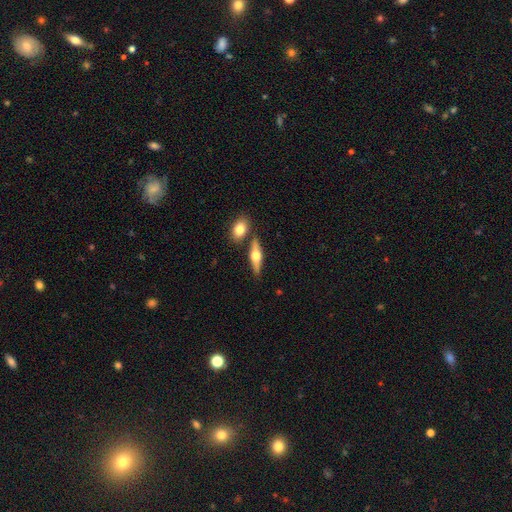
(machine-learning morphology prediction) Smooth or featured?
  - featured or disk: 61% *
  - smooth: 34%
  - star or artifact: 6%
Edge-on disk?
  - yes: 94% *
  - no: 6%
Edge-on bulge?
  - rounded: 95% *
  - boxy: 4%
  - none: 2%
Merging?
  - none: 76% *
  - merger: 12%
  - minor disturbance: 9%
  - major disturbance: 3%